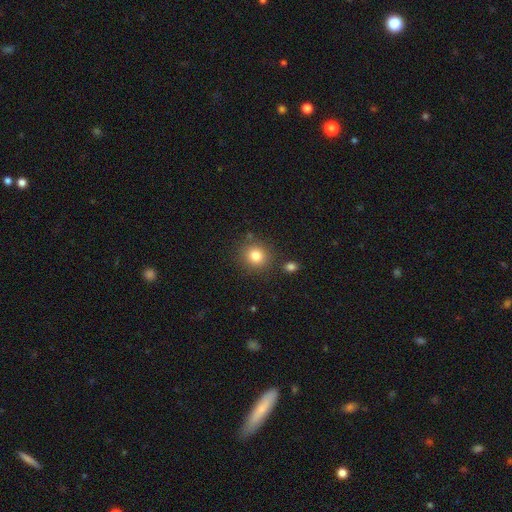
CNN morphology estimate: This is clearly a smooth galaxy (81%). How rounded: clearly round (88%). Merging: clearly none (83%).